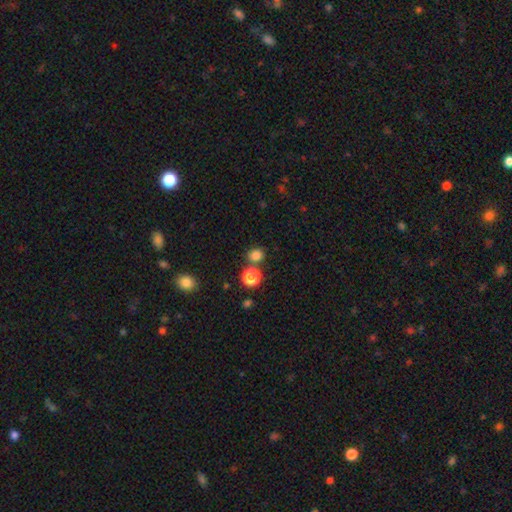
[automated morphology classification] type=smooth (79%); roundness=round (78%); merging=none (74%).